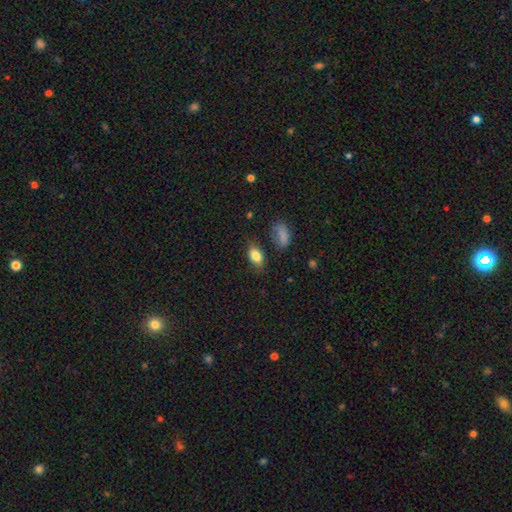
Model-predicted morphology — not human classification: smooth_or_featured: smooth (p=0.83) [alt: featured or disk p=0.08]
how_rounded: in between (p=0.88) [alt: round p=0.09]
merging: none (p=0.76) [alt: minor disturbance p=0.17]